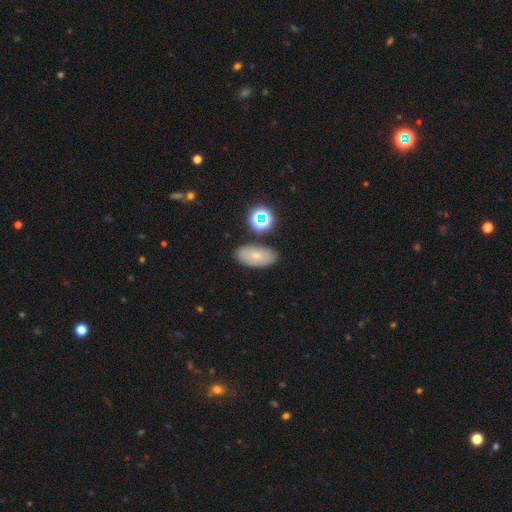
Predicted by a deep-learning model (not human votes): A smooth galaxy with no disk features (65%) that is in between round and cigar-shaped (90%).

Vote fractions:
- Smooth or featured? smooth: 65% / featured or disk: 23% / star or artifact: 12%
- How rounded? in between: 90% / round: 6% / cigar-shaped: 4%
- Merging? none: 83% / minor disturbance: 10% / merger: 4% / major disturbance: 3%